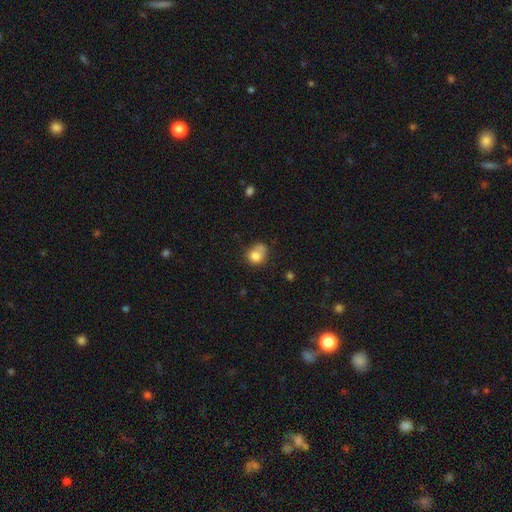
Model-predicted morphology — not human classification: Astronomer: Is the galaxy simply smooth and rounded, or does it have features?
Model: smooth — 79%.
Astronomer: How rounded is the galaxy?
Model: round — 66%.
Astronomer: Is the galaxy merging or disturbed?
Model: none — 39% (runner-up: minor disturbance, 25%).